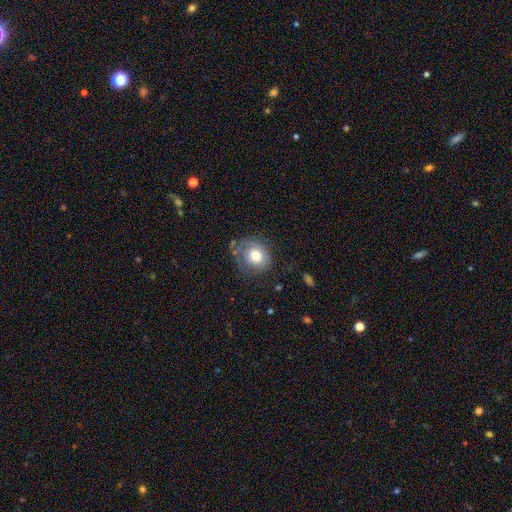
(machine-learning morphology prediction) A smooth galaxy with no disk features (64%) that is round (73%).

Vote fractions:
- Smooth or featured? smooth: 64% / featured or disk: 27% / star or artifact: 8%
- How rounded? round: 73% / in between: 26% / cigar-shaped: 1%
- Merging? none: 58% / minor disturbance: 24% / major disturbance: 15% / merger: 3%